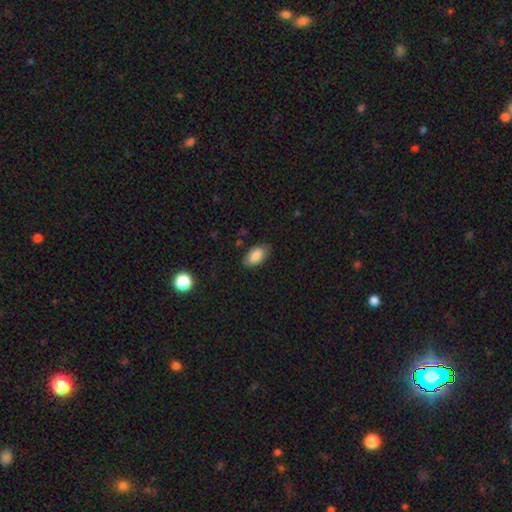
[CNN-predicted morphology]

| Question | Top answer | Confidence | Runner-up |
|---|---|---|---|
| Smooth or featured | smooth | 84% | featured or disk (9%) |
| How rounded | in between | 94% | round (4%) |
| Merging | none | 81% | minor disturbance (15%) |